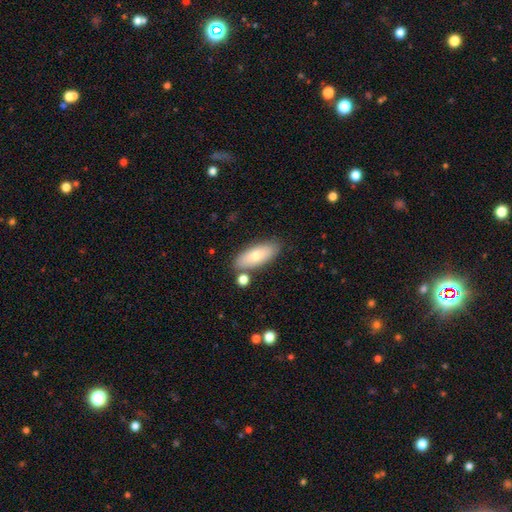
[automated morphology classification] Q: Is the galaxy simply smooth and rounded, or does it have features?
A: smooth — 75%.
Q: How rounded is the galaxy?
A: in between — 77%.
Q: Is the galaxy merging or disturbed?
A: none — 78%.